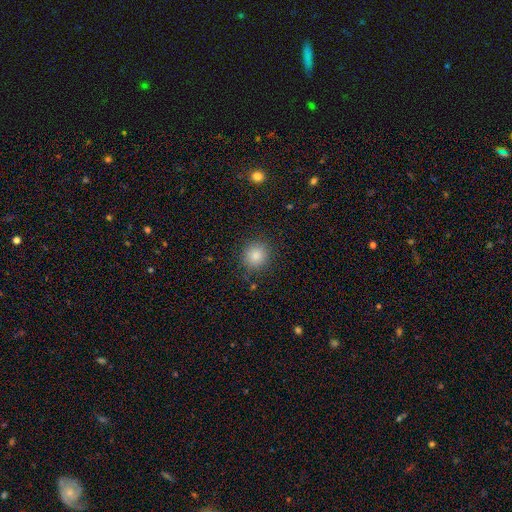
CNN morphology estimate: The model was most divided on "smooth or featured": smooth: 84%, star or artifact: 11%, featured or disk: 5%. More confident: how rounded — round (89%); merging — none (87%).